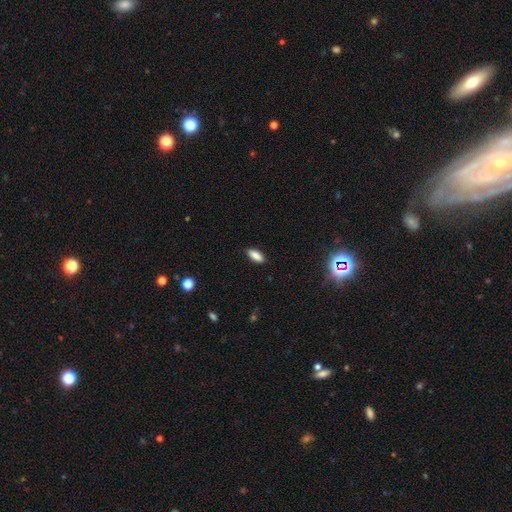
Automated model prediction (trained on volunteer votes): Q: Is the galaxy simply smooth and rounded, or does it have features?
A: smooth — 87%.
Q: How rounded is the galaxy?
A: in between — 81%.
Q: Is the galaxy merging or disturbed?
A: none — 88%.